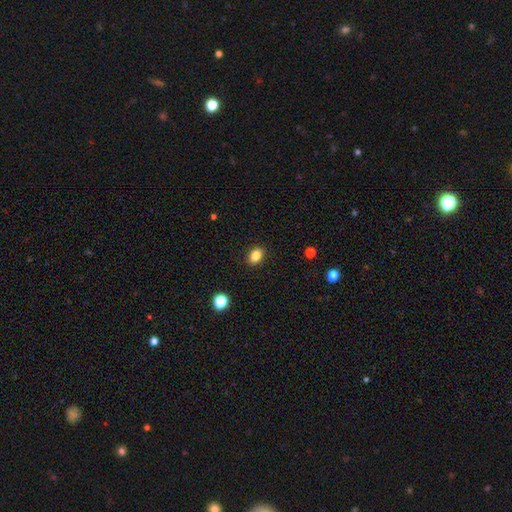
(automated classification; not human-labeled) A smooth galaxy with no disk features (84%) that is in between round and cigar-shaped (69%).

Vote fractions:
- Smooth or featured? smooth: 84% / star or artifact: 10% / featured or disk: 6%
- How rounded? in between: 69% / round: 30% / cigar-shaped: 1%
- Merging? none: 89% / minor disturbance: 8% / major disturbance: 2% / merger: 1%